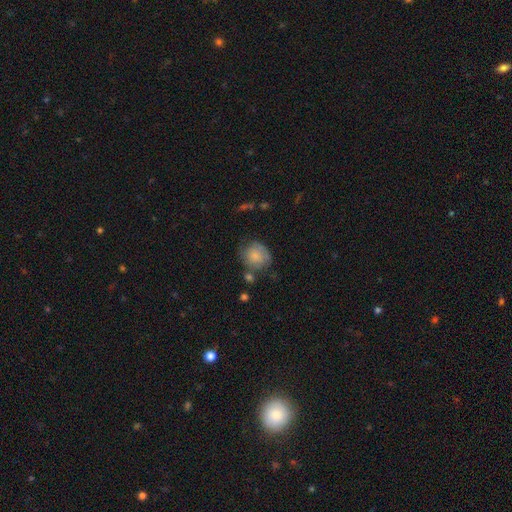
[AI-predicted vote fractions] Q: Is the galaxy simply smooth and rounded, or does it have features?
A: smooth — 72%.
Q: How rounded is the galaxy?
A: round — 82%.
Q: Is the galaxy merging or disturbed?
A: none — 56%.